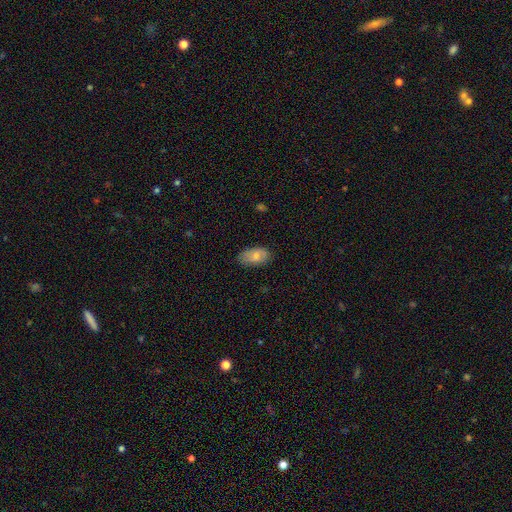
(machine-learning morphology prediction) smooth_or_featured: smooth (p=0.80) [alt: featured or disk p=0.13]
how_rounded: in between (p=0.94) [alt: round p=0.04]
merging: none (p=0.78) [alt: minor disturbance p=0.18]